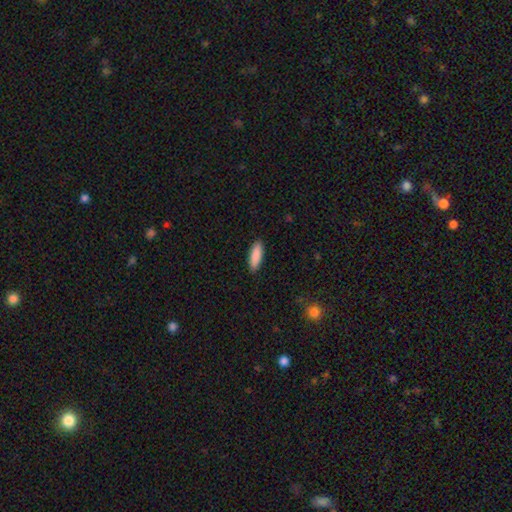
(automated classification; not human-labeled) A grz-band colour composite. It shows a smooth galaxy with no disk features (89%) that is in between round and cigar-shaped (51%). Merging: none (90%).